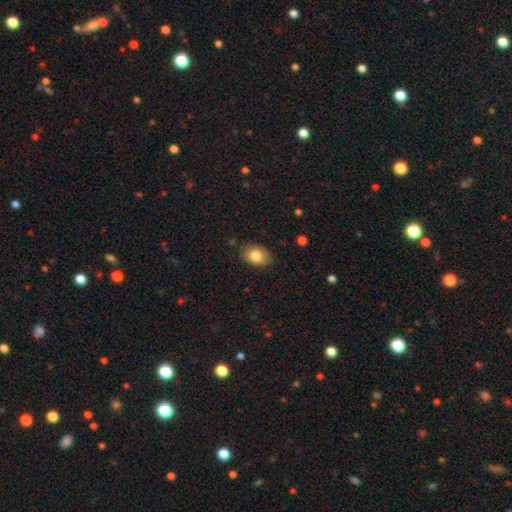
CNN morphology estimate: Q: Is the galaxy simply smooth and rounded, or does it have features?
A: smooth — 81%.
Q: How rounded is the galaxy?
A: in between — 81%.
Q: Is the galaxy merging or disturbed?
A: none — 83%.